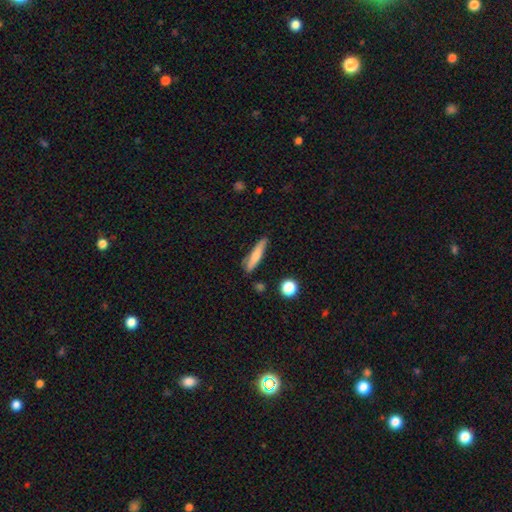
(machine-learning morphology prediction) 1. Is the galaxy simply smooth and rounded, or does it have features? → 72% smooth, 21% featured or disk, 7% star or artifact.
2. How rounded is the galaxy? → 85% cigar-shaped, 13% in between, 2% round.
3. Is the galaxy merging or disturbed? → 77% none, 16% minor disturbance, 3% major disturbance, 3% merger.